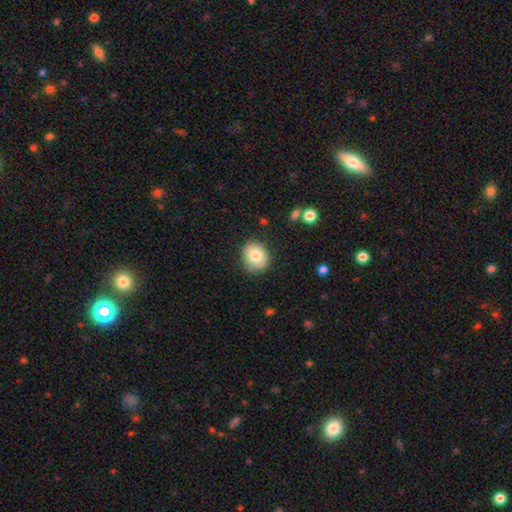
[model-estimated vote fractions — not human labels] Smooth or featured: smooth — 80% (featured or disk — 11%)
How rounded: round — 66% (in between — 33%)
Merging: none — 83% (minor disturbance — 12%)